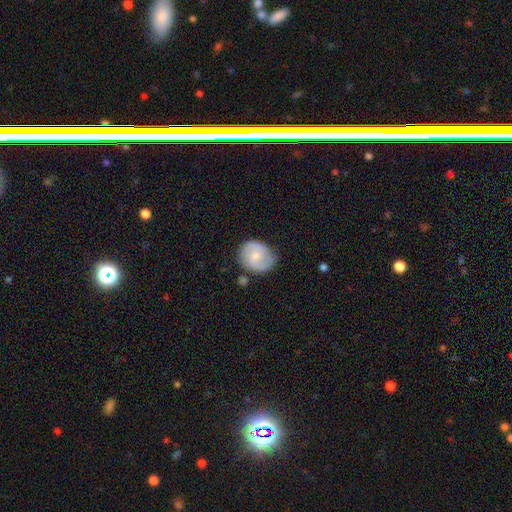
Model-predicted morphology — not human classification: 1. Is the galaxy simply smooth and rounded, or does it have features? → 57% featured or disk, 37% smooth, 6% star or artifact.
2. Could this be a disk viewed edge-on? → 98% no, 2% yes.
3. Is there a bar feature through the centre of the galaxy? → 57% no, 38% weak, 5% strong.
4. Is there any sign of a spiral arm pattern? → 87% yes, 13% no.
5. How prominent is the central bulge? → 49% small, 44% moderate, 3% none, 2% large, 1% dominant.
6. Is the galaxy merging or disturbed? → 73% none, 19% minor disturbance, 5% major disturbance, 4% merger.